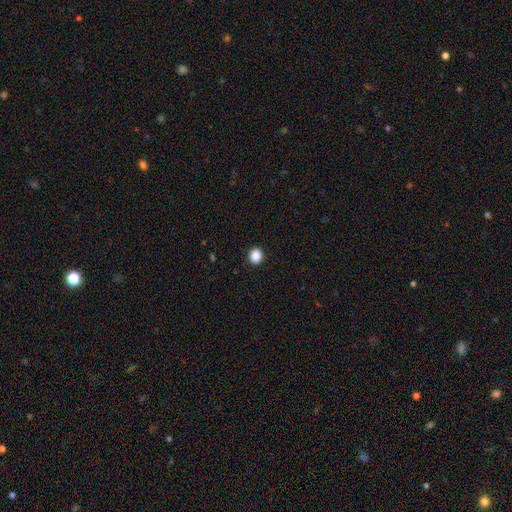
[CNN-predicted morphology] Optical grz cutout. It shows a smooth galaxy with no disk features (88%) that is round (86%). Merging: none (92%).